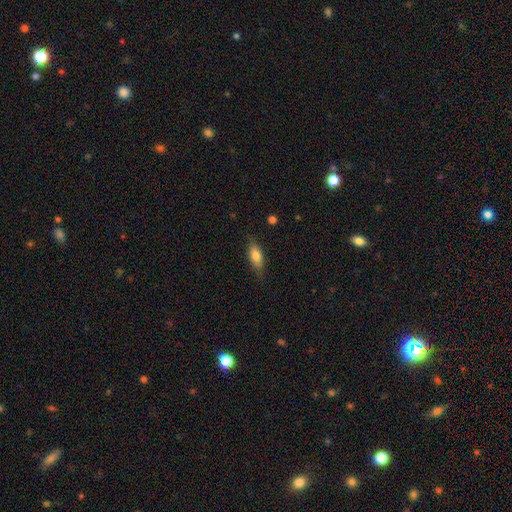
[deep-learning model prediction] A smooth galaxy with no disk features (74%) that is in between round and cigar-shaped (72%). Merging: none (78%).